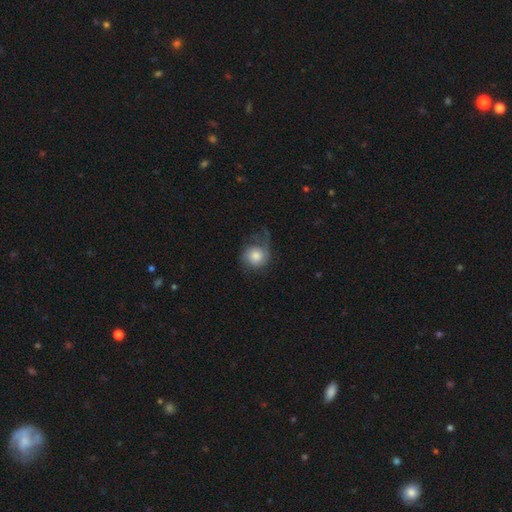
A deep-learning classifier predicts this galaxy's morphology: Smooth or featured: smooth — 56% (featured or disk — 36%)
How rounded: round — 81% (in between — 18%)
Merging: none — 44% (major disturbance — 27%)